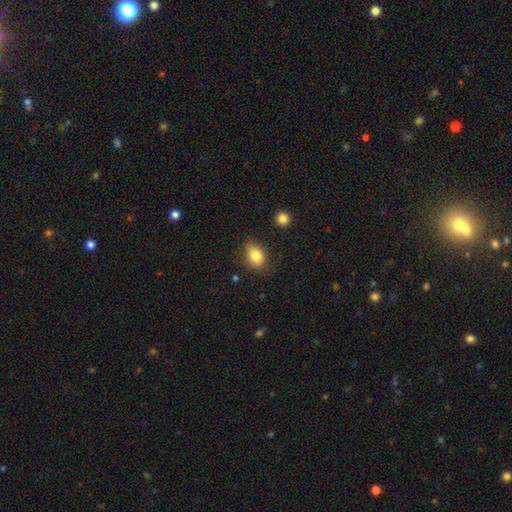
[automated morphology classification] Smooth or featured? smooth (83%)
How rounded? in between (73%)
Merging? none (71%)